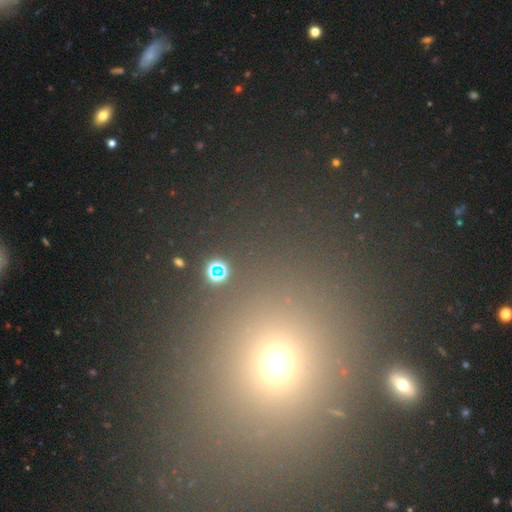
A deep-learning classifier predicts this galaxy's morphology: This appears to be a smooth galaxy with no disk features (51%) that is round (77%). Merging: none (82%).